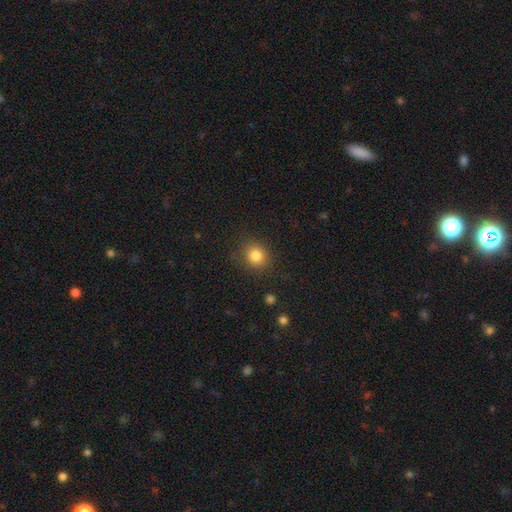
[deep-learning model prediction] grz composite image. It shows a smooth galaxy with no disk features (83%) that is round (79%). Merging: none (85%).